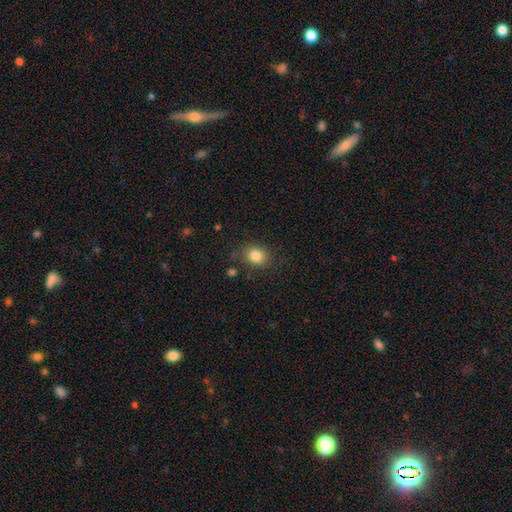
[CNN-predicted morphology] Smooth or featured? Predicted: smooth (p=0.84). How rounded? Predicted: round (p=0.58). Merging? Predicted: none (p=0.81).